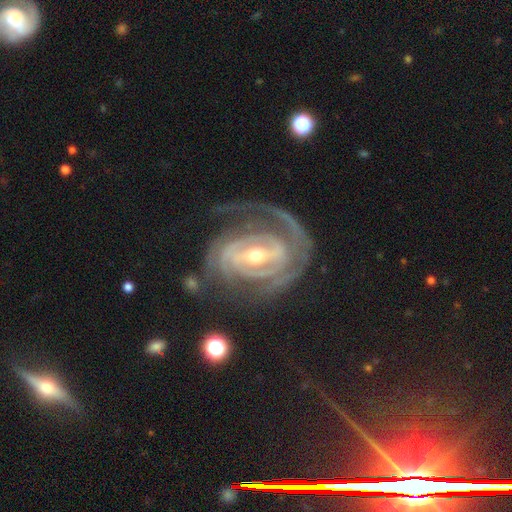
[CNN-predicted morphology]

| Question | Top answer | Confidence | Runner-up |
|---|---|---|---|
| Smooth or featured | featured or disk | 92% | star or artifact (4%) |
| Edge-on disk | no | 97% | yes (3%) |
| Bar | strong | 52% | weak (35%) |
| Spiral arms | yes | 97% | no (3%) |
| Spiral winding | tight | 65% | medium (28%) |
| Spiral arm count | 2 | 43% | 3 (20%) |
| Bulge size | moderate | 51% | small (45%) |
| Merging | none | 59% | minor disturbance (19%) |